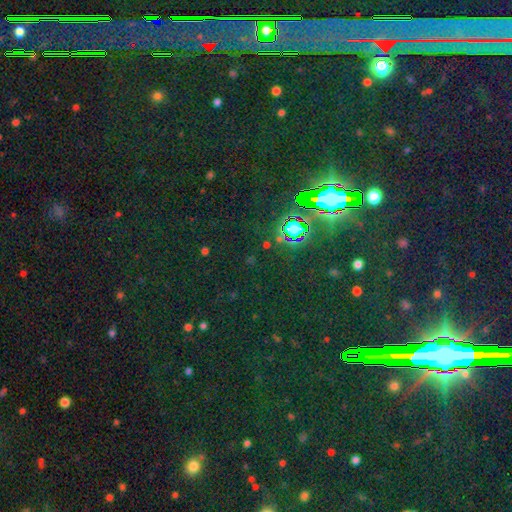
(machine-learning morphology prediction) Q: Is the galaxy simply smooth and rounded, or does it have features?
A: star or artifact — 81%.